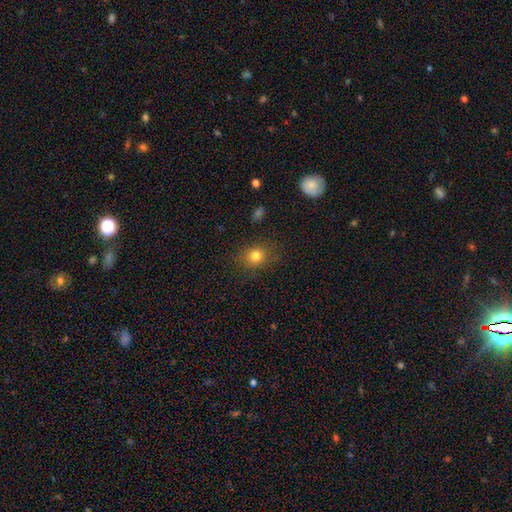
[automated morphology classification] Smooth or featured? Predicted: smooth (p=0.79). How rounded? Predicted: round (p=0.68). Merging? Predicted: none (p=0.83).